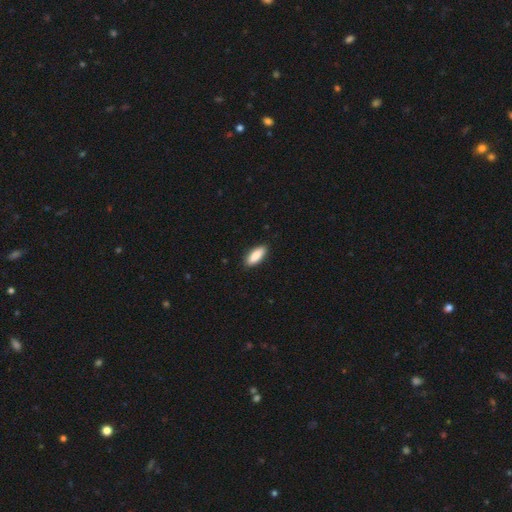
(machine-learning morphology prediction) A smooth galaxy with no disk features (87%) that is in between round and cigar-shaped (77%). Merging: none (89%).